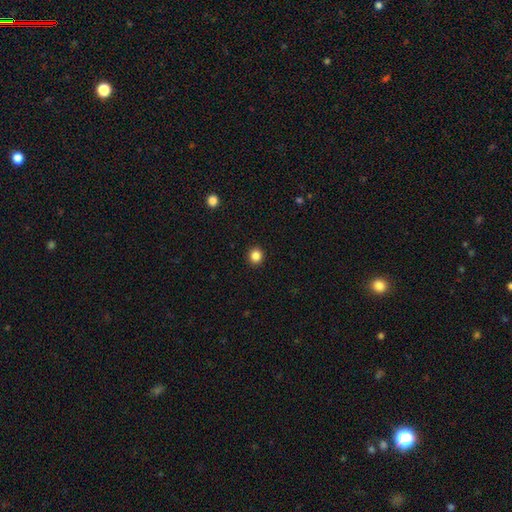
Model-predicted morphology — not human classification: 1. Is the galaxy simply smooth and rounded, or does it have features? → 86% smooth, 11% star or artifact, 3% featured or disk.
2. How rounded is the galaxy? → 90% round, 9% in between, 1% cigar-shaped.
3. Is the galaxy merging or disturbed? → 92% none, 5% minor disturbance, 2% major disturbance, 1% merger.